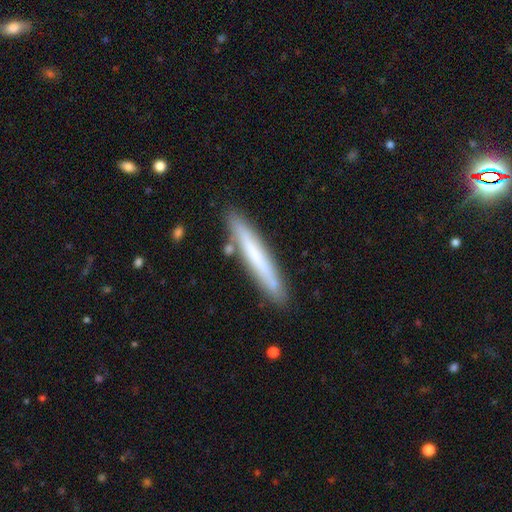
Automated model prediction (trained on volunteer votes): Smooth or featured?
  - smooth: 58% *
  - featured or disk: 36%
  - star or artifact: 6%
How rounded?
  - cigar-shaped: 95% *
  - in between: 3%
  - round: 1%
Merging?
  - none: 86% *
  - minor disturbance: 10%
  - merger: 3%
  - major disturbance: 2%